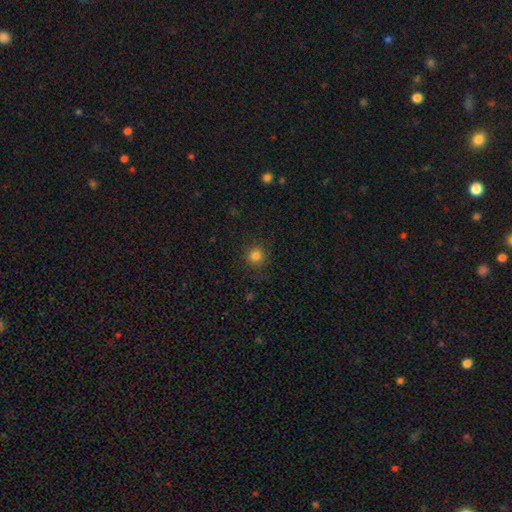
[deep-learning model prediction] This is clearly a smooth galaxy (82%). How rounded: clearly round (93%). Merging: clearly none (88%).